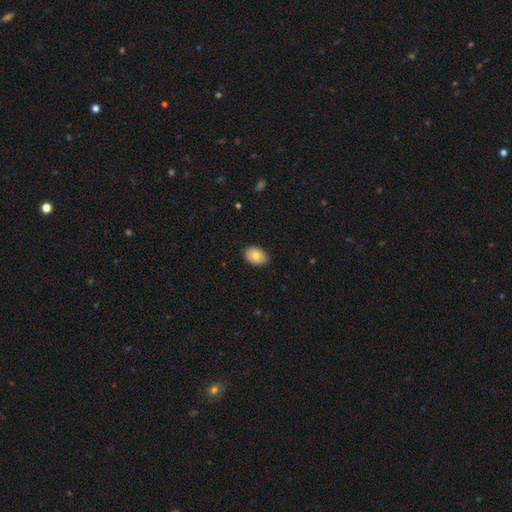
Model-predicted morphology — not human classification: Overall: smooth (82%). How rounded: in between (85%). Merging: none (86%).